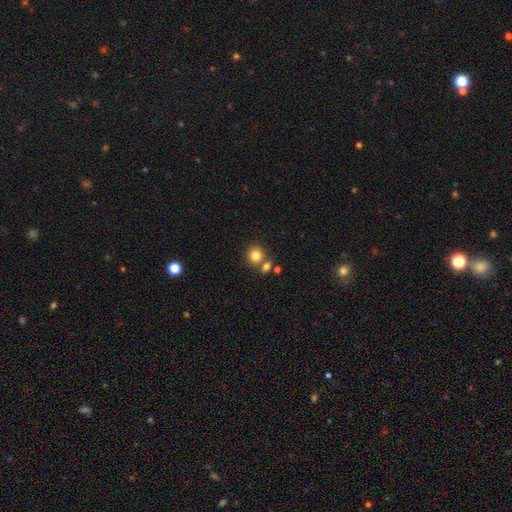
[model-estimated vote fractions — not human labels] A smooth galaxy with no disk features (82%) that is round (87%). Merging: none (65%).